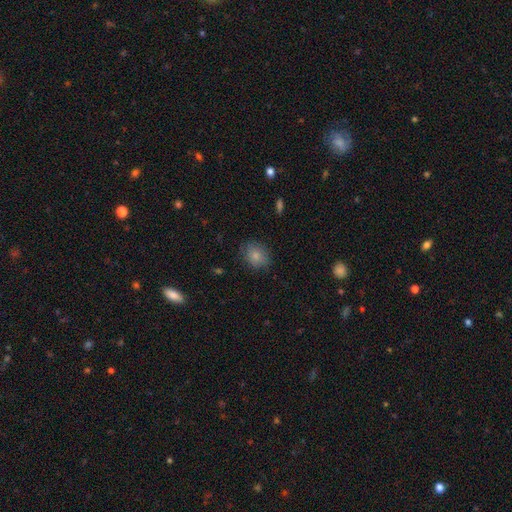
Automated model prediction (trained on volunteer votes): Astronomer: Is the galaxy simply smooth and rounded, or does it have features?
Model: smooth — 83%.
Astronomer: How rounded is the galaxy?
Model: round — 55% (runner-up: in between, 44%).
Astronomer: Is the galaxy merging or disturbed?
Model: none — 80%.